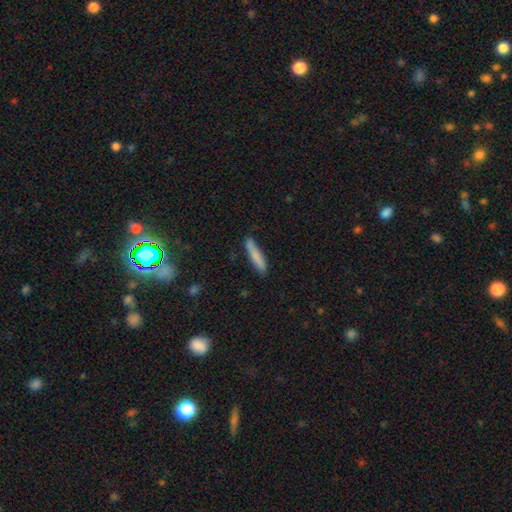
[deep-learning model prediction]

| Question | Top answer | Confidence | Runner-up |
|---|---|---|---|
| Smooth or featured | smooth | 81% | featured or disk (13%) |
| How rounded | cigar-shaped | 90% | in between (8%) |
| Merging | none | 84% | minor disturbance (12%) |